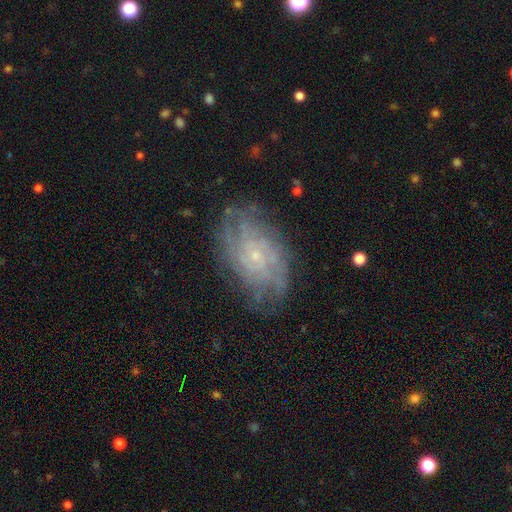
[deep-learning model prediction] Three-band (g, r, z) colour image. It shows a featured or disk galaxy (76%) with no bar (77%), tight (64%) spiral arms (91%) and a small central bulge (83%). Merging: none (75%).